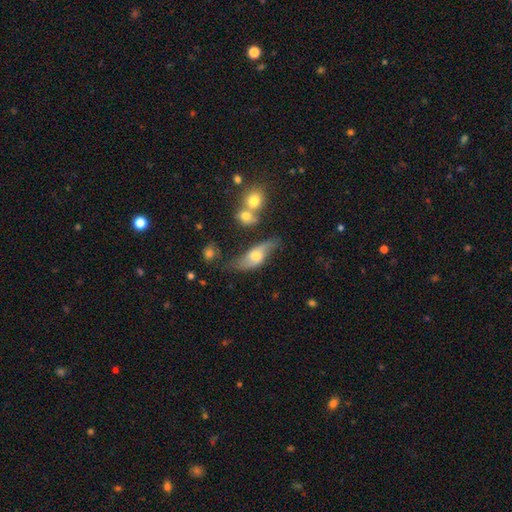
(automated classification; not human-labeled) Smooth or featured? featured or disk (56%)
Edge-on disk? no (76%)
Merging? none (50%)